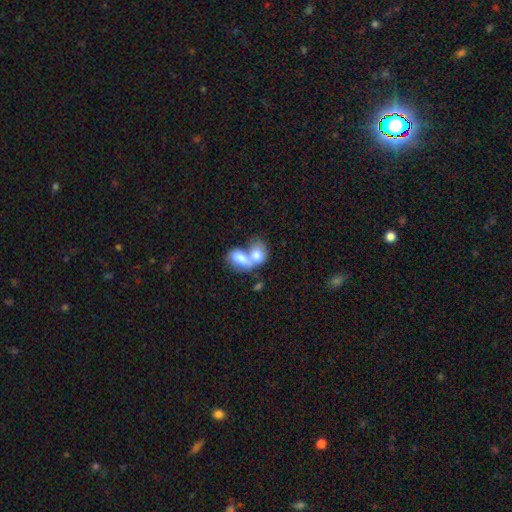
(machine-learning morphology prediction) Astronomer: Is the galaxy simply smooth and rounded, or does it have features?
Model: smooth — 74%.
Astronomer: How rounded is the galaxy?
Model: in between — 79%.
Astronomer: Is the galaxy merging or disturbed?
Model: merger — 77%.